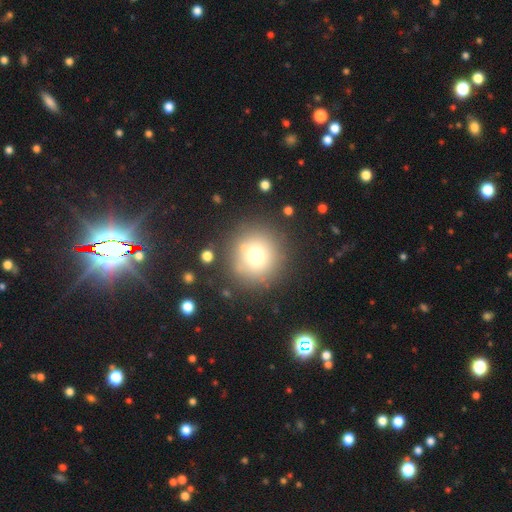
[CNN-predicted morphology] A smooth galaxy with no disk features (71%) that is round (94%). Merging: none (83%).